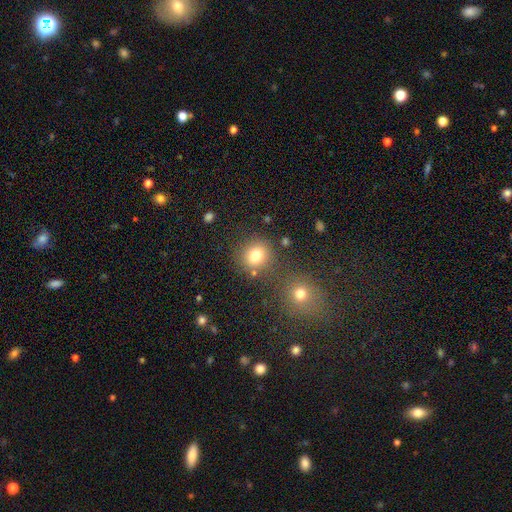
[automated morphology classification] A smooth galaxy with no disk features (78%) that is round (86%). Merging: none (75%).